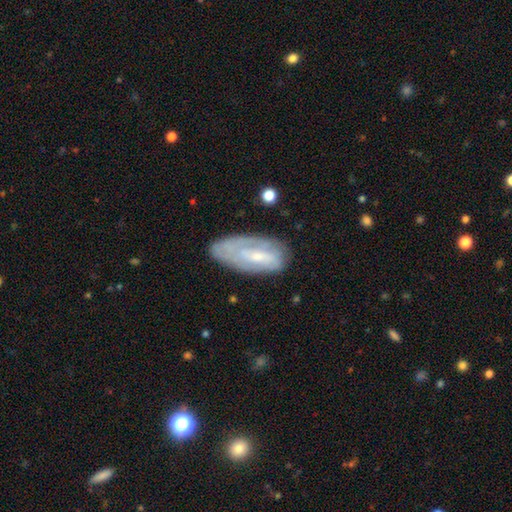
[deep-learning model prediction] The model was most divided on "smooth or featured": featured or disk: 55%, smooth: 38%, star or artifact: 7%. More confident: edge-on disk — no (87%); merging — none (61%).